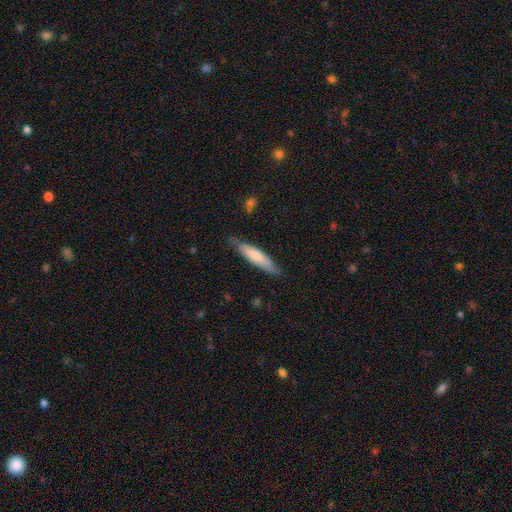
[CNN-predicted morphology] Smooth or featured?
  - smooth: 71% *
  - featured or disk: 24%
  - star or artifact: 5%
How rounded?
  - cigar-shaped: 81% *
  - in between: 18%
  - round: 1%
Merging?
  - none: 79% *
  - minor disturbance: 17%
  - major disturbance: 3%
  - merger: 1%